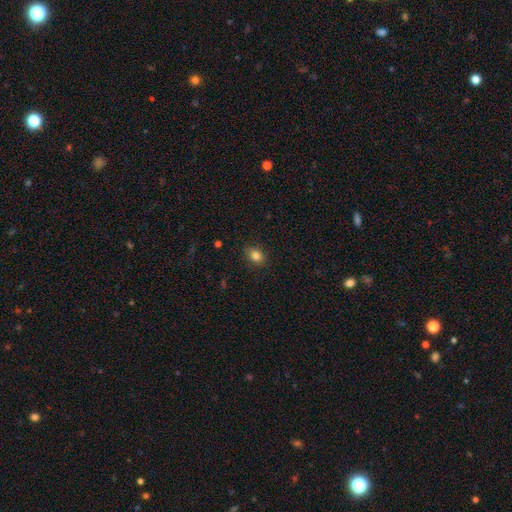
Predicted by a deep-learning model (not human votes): Smooth or featured? Predicted: smooth (p=0.83). How rounded? Predicted: in between (p=0.64). Merging? Predicted: none (p=0.84).